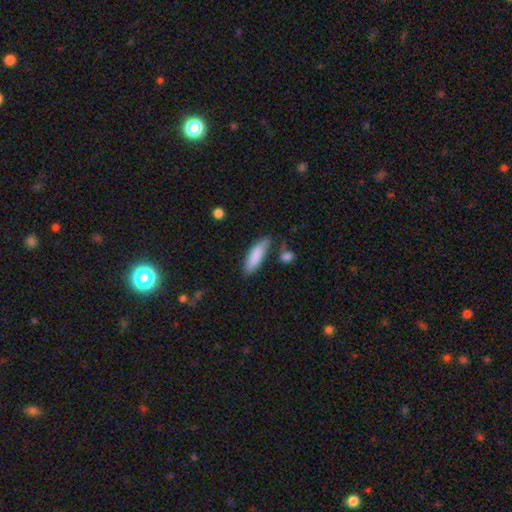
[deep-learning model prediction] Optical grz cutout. It shows a smooth galaxy with no disk features (85%) that is cigar-shaped (54%). Merging: none (73%).